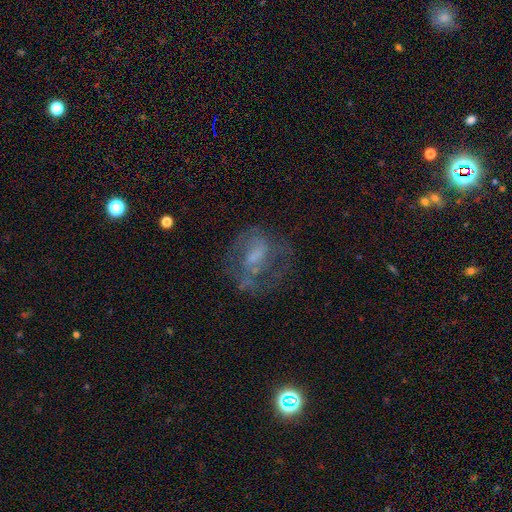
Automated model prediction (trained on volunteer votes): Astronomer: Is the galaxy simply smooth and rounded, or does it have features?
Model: featured or disk — 59%.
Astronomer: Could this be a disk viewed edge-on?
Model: no — 96%.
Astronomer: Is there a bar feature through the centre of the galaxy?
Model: no — 46% (runner-up: weak, 40%).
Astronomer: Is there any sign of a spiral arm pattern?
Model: no — 51% (runner-up: yes, 49%).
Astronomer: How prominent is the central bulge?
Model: none — 35% (runner-up: small, 33%).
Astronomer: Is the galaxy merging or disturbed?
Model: none — 49% (runner-up: major disturbance, 28%).